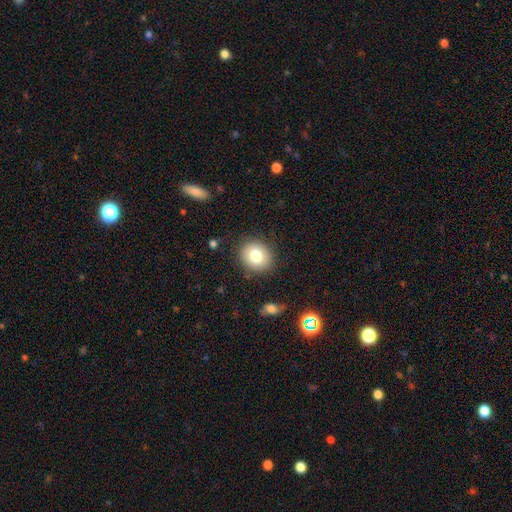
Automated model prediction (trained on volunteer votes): Q: Smooth or featured?
A: smooth (79%); runner-up: featured or disk (11%)
Q: How rounded?
A: round (74%); runner-up: in between (25%)
Q: Merging?
A: none (86%); runner-up: minor disturbance (9%)